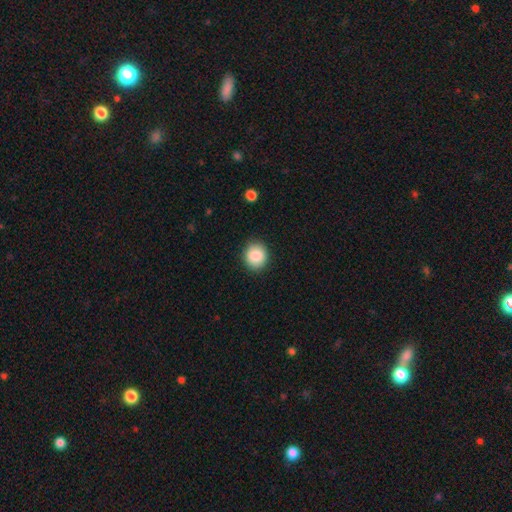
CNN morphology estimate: A smooth galaxy with no disk features (87%) that is round (80%). Merging: none (88%).